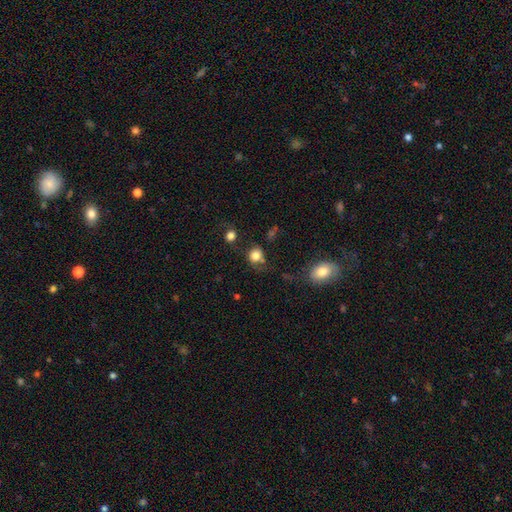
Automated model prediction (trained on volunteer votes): Smooth or featured? smooth (81%)
How rounded? round (79%)
Merging? none (58%)